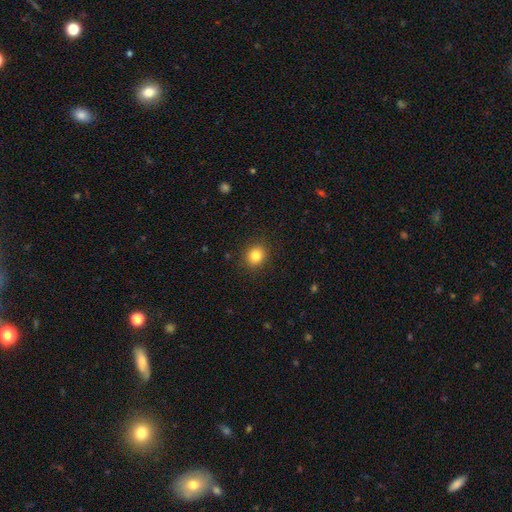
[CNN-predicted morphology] Overall: smooth (84%). How rounded: round (78%). Merging: none (90%).